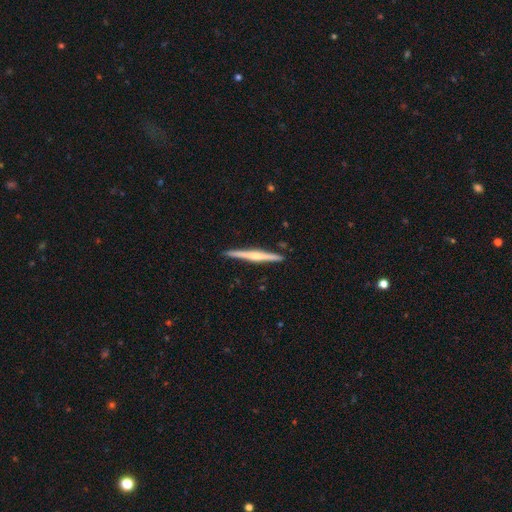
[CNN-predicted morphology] A featured or disk galaxy (69%) viewed edge-on (98%) with a rounded central bulge (70%). Merging: none (92%).